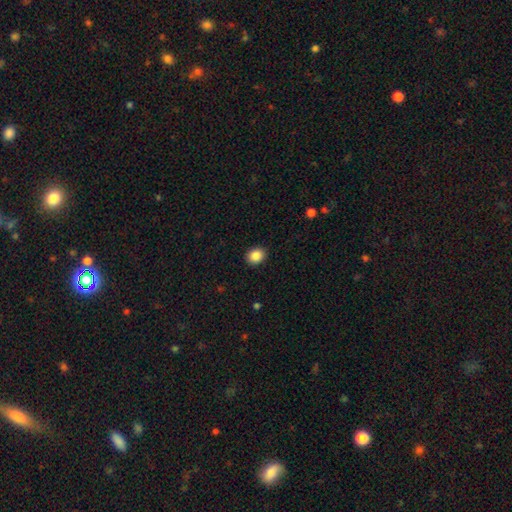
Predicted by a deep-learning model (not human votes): This is clearly a smooth galaxy (88%). How rounded: possibly round (54%). Merging: clearly none (90%).